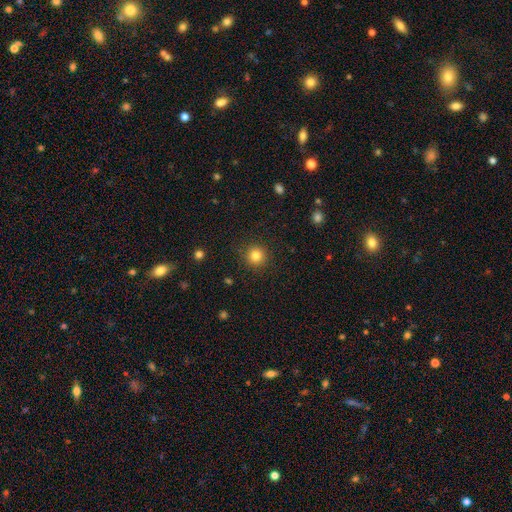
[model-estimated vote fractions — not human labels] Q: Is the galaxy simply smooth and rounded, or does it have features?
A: smooth — 83%.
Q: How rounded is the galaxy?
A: round — 95%.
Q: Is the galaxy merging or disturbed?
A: none — 91%.